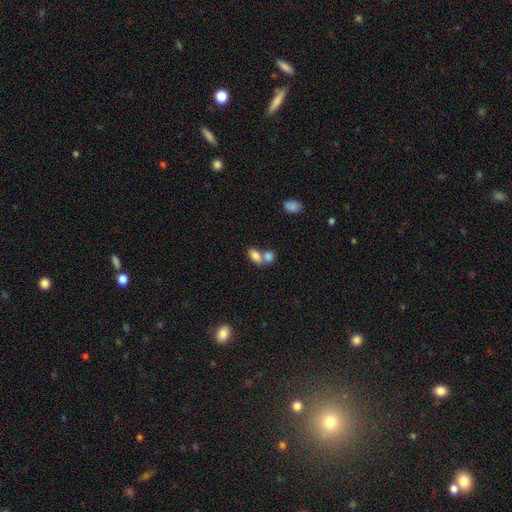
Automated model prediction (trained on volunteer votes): smooth 82%, featured or disk 10%, star or artifact 8%. Down the decision tree: how rounded — in between (88%); merging — merger (57%).